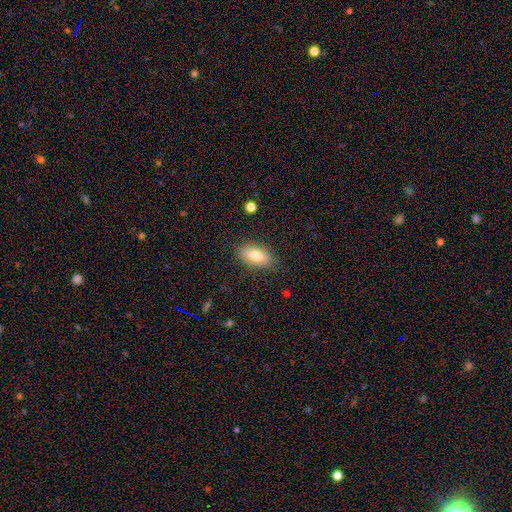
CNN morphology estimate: Smooth or featured? smooth (79%)
How rounded? in between (90%)
Merging? none (85%)